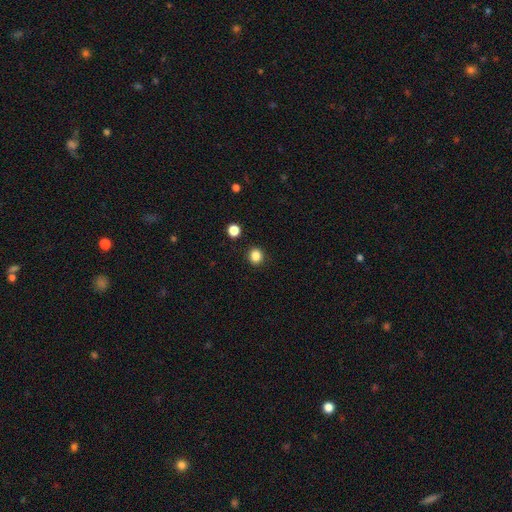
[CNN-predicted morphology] The model was most divided on "how rounded": round: 83%, in between: 16%, cigar-shaped: 1%. More confident: merging — none (90%); smooth or featured — smooth (85%).